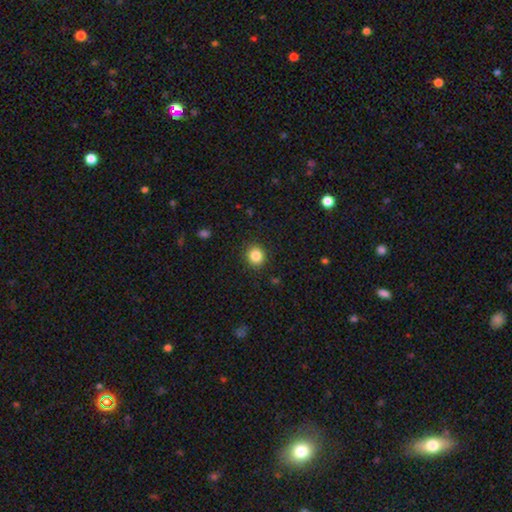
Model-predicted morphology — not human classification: type=smooth (85%); roundness=round (81%); merging=none (89%).